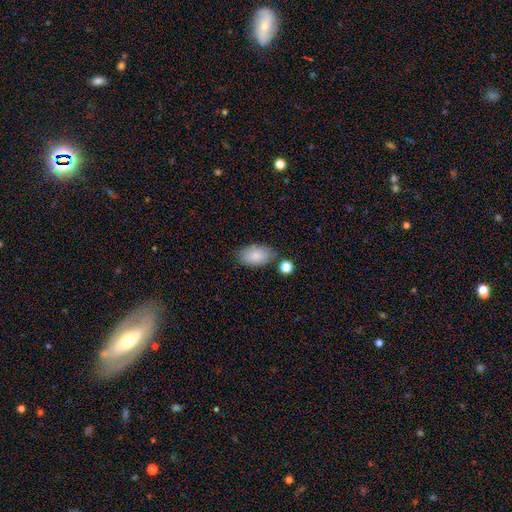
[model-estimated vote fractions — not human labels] Morphology: type=smooth (84%); roundness=in between (94%); merging=none (74%).